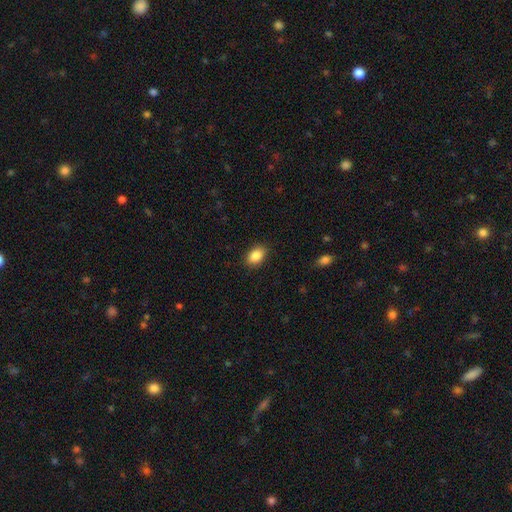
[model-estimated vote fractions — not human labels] smooth_or_featured: smooth (p=0.87) [alt: star or artifact p=0.08]
how_rounded: in between (p=0.83) [alt: round p=0.16]
merging: none (p=0.88) [alt: minor disturbance p=0.09]